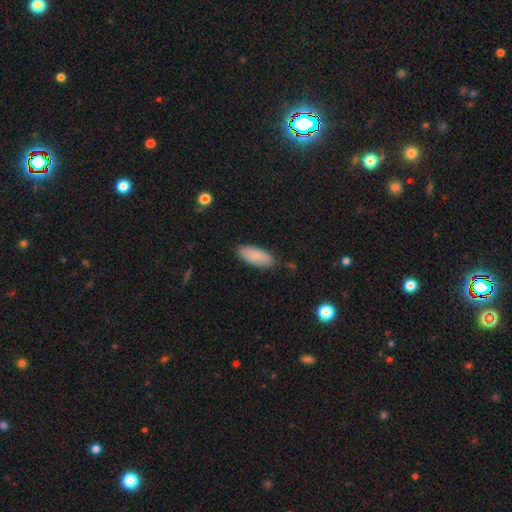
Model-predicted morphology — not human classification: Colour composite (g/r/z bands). It shows a smooth galaxy with no disk features (87%) that is in between round and cigar-shaped (80%). Merging: none (82%).